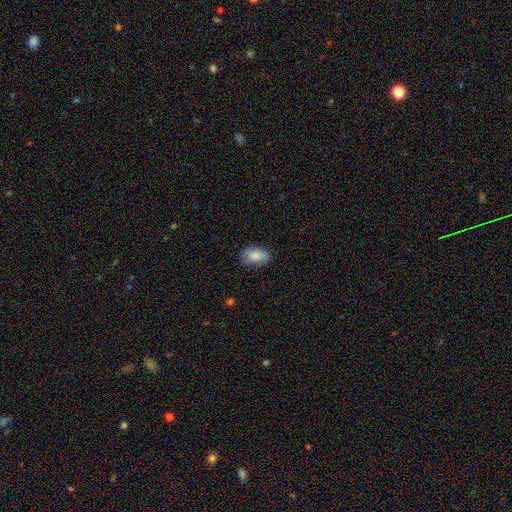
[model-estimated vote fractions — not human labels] smooth-or-featured: smooth: 86% | featured or disk: 8% | star or artifact: 7%
  how-rounded: in between: 91% | round: 7% | cigar-shaped: 2%
  merging: none: 77% | minor disturbance: 18% | major disturbance: 4% | merger: 1%